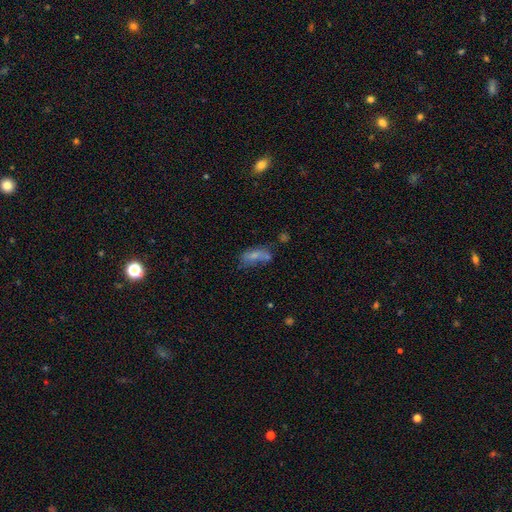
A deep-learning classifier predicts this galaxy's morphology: This appears to be a smooth galaxy with no disk features (62%) that is in between round and cigar-shaped (77%). Merging: none (38%).